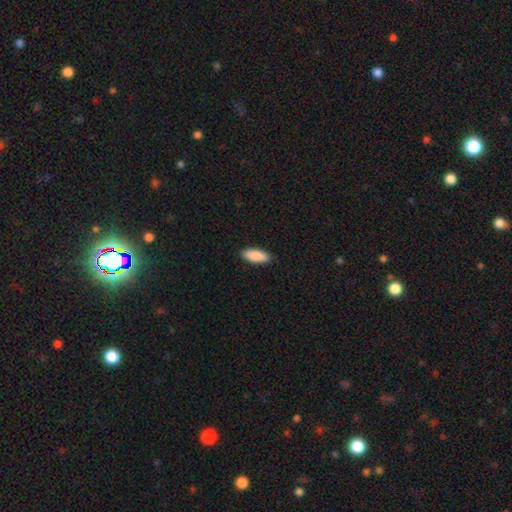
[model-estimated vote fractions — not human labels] This appears to be a smooth galaxy with no disk features (90%) that is in between round and cigar-shaped (82%). Merging: none (90%).